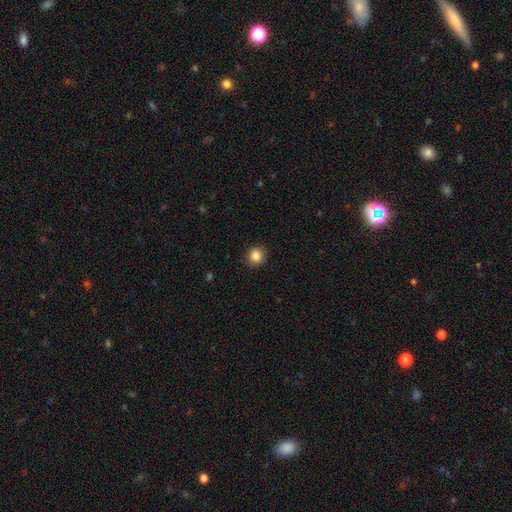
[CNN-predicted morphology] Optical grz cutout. It shows a smooth galaxy with no disk features (85%) that is round (91%). Merging: none (91%).